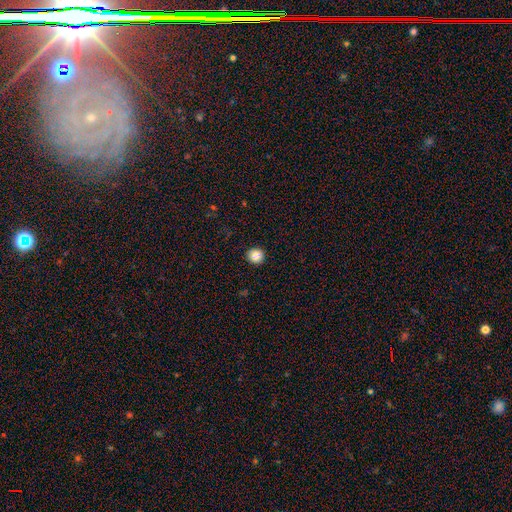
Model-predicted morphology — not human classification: The model was most divided on "smooth or featured": smooth: 84%, star or artifact: 10%, featured or disk: 5%. More confident: how rounded — round (94%); merging — none (93%).